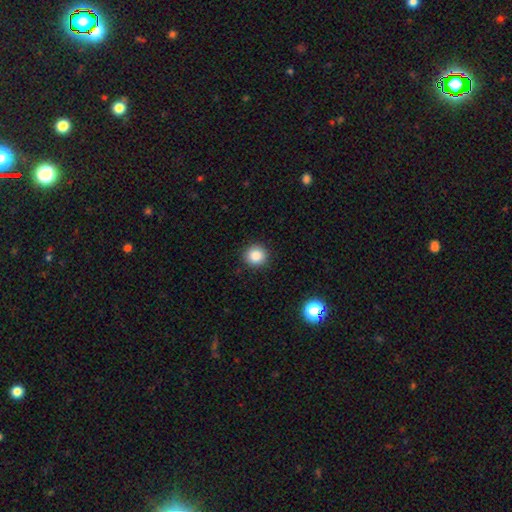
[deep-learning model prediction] A smooth galaxy with no disk features (86%) that is round (93%). Merging: none (91%).